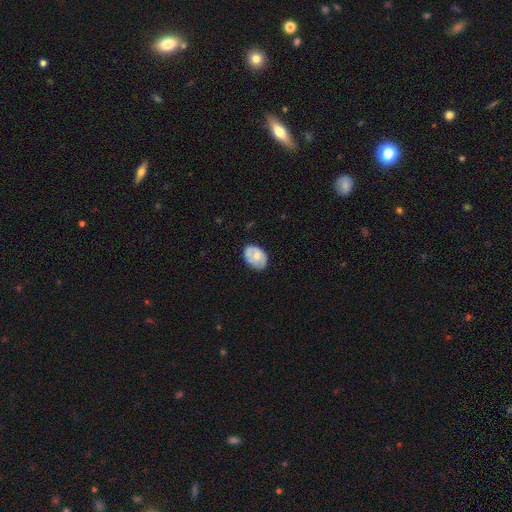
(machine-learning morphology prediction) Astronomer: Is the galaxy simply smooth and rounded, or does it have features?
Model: smooth — 65%.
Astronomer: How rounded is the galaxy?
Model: in between — 78%.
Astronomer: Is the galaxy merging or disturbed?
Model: none — 69%.